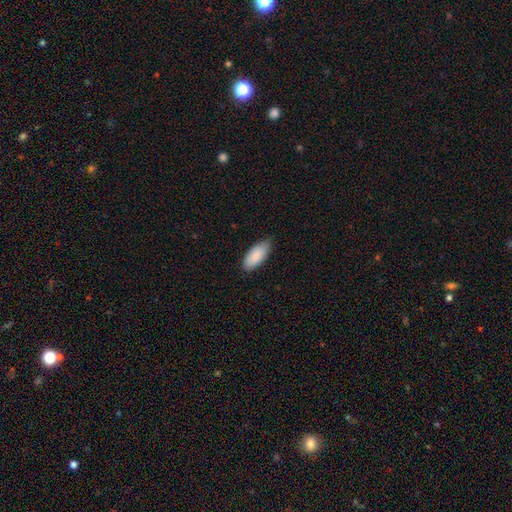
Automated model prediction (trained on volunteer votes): This appears to be a smooth galaxy with no disk features (89%) that is in between round and cigar-shaped (88%). Merging: none (77%).